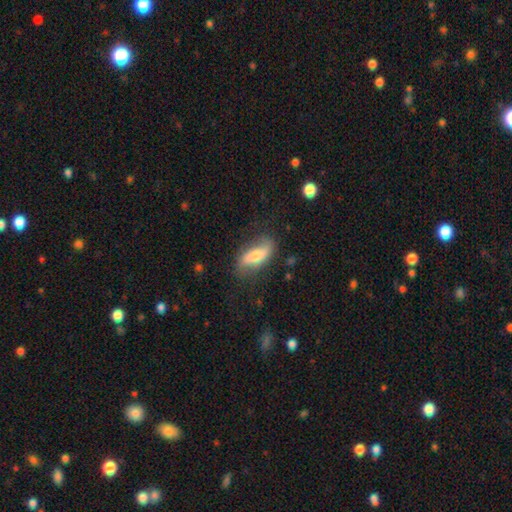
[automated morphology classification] smooth-or-featured: featured or disk: 49% | smooth: 44% | star or artifact: 7%
  merging: none: 70% | minor disturbance: 20% | major disturbance: 7% | merger: 2%